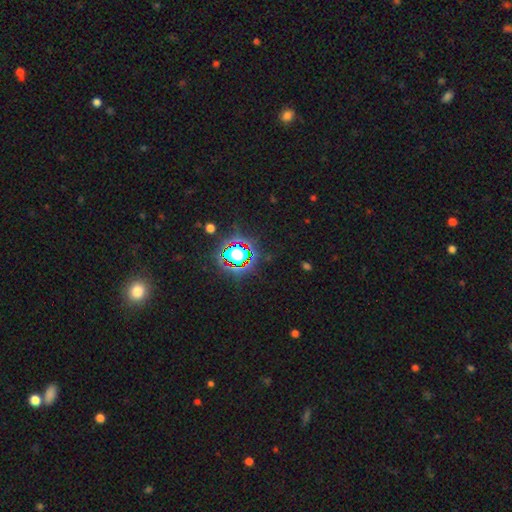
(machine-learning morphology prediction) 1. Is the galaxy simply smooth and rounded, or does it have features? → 81% star or artifact, 11% smooth, 8% featured or disk.